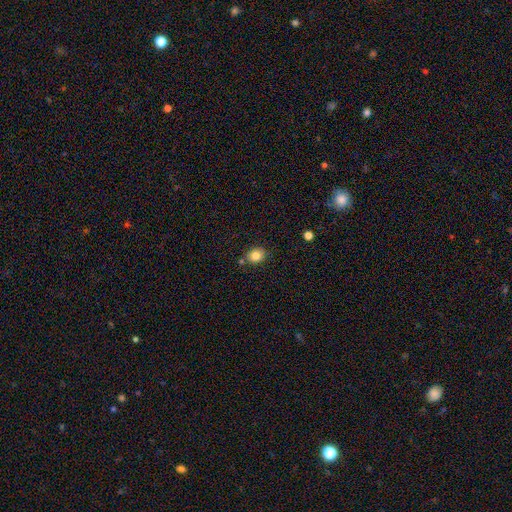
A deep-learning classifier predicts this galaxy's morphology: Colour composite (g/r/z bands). It shows a smooth galaxy with no disk features (83%) that is round (60%). Merging: none (79%).